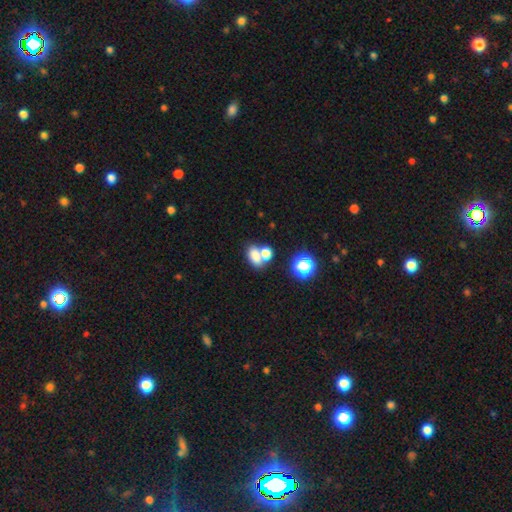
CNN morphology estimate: A smooth galaxy with no disk features (76%) that is in between round and cigar-shaped (76%).

Vote fractions:
- Smooth or featured? smooth: 76% / star or artifact: 14% / featured or disk: 10%
- How rounded? in between: 76% / round: 21% / cigar-shaped: 2%
- Merging? merger: 43% / none: 42% / minor disturbance: 10% / major disturbance: 5%